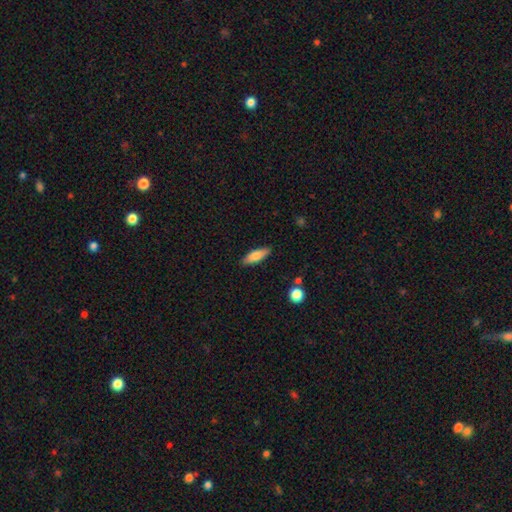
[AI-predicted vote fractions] Smooth or featured?
  - smooth: 78% *
  - featured or disk: 16%
  - star or artifact: 7%
How rounded?
  - in between: 53% *
  - cigar-shaped: 45%
  - round: 2%
Merging?
  - none: 87% *
  - minor disturbance: 10%
  - major disturbance: 2%
  - merger: 1%